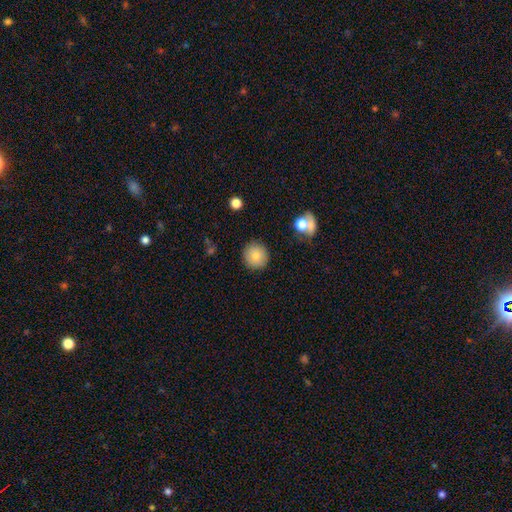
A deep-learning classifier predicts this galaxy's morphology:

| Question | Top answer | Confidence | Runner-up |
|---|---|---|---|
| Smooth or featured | smooth | 82% | star or artifact (9%) |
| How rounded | round | 93% | in between (6%) |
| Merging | none | 89% | minor disturbance (7%) |